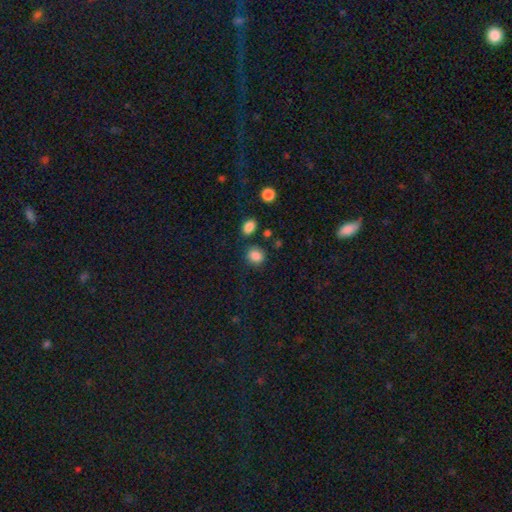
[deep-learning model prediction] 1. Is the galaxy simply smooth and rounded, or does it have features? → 86% smooth, 10% star or artifact, 5% featured or disk.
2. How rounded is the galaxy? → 64% round, 35% in between, 1% cigar-shaped.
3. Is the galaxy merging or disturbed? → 77% none, 13% minor disturbance, 6% merger, 4% major disturbance.